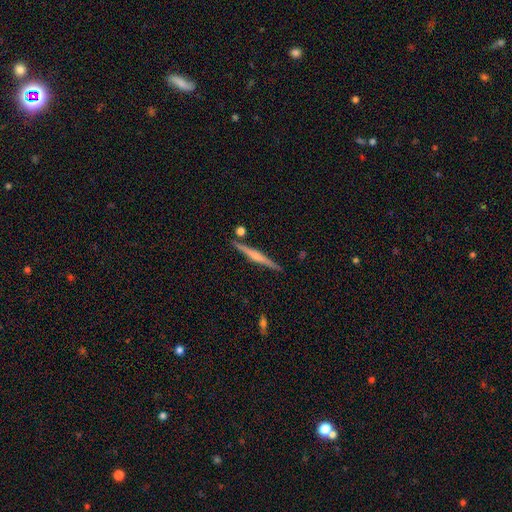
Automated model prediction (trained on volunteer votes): Smooth or featured? Predicted: featured or disk (p=0.67). Edge-on disk? Predicted: yes (p=0.98). Edge-on bulge? Predicted: rounded (p=0.72). Merging? Predicted: none (p=0.88).